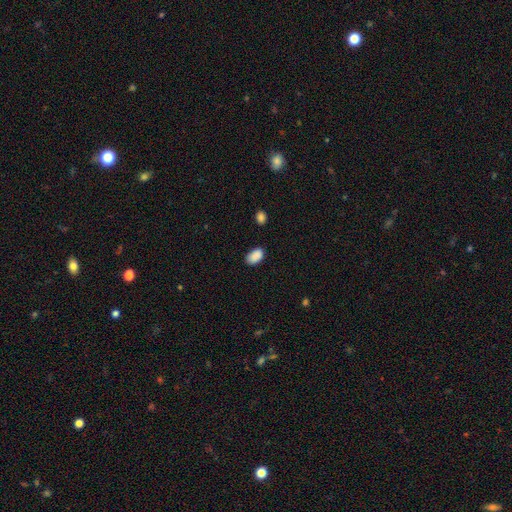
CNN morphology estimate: Smooth or featured: smooth — 89% (star or artifact — 8%)
How rounded: in between — 92% (round — 6%)
Merging: none — 80% (minor disturbance — 15%)